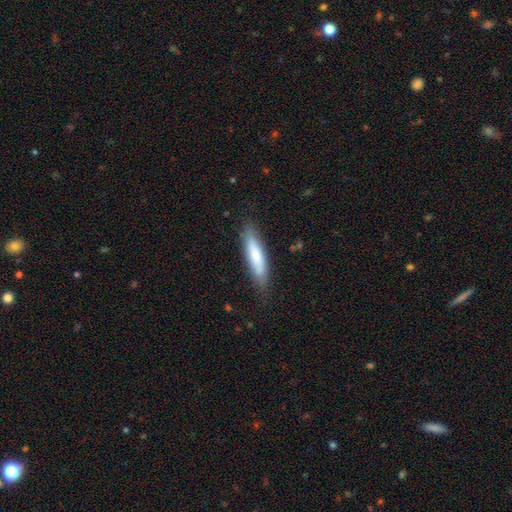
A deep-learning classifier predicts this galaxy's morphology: The model was most divided on "smooth or featured": smooth: 70%, featured or disk: 24%, star or artifact: 6%. More confident: merging — none (80%); how rounded — cigar-shaped (75%).